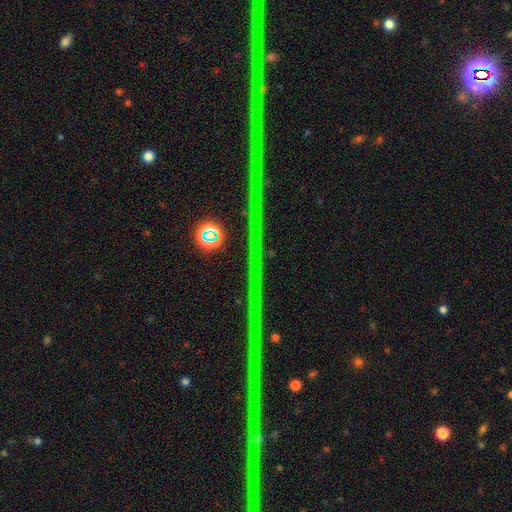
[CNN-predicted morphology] Smooth or featured? Predicted: star or artifact (p=0.77).